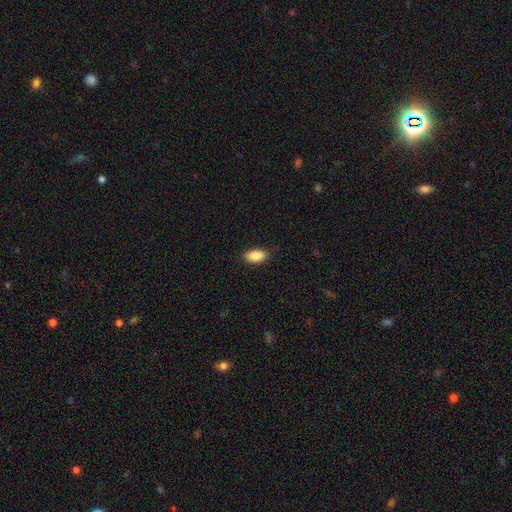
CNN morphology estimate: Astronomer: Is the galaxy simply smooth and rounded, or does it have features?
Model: smooth — 88%.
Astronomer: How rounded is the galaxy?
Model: in between — 92%.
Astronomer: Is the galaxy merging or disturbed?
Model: none — 87%.